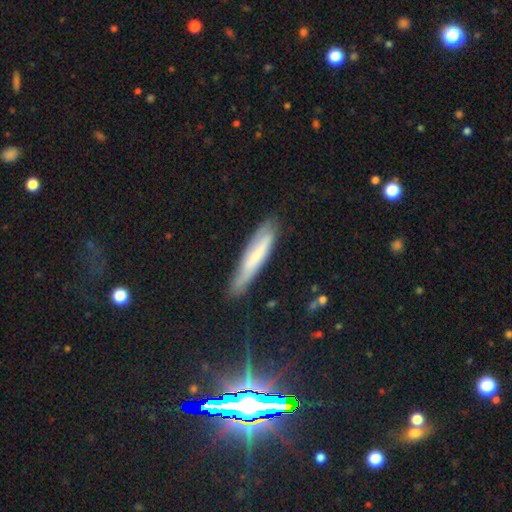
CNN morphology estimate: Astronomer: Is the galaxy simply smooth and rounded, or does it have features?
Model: smooth — 56% (runner-up: featured or disk, 35%).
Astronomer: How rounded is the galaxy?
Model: cigar-shaped — 86%.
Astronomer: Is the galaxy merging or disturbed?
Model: none — 75%.